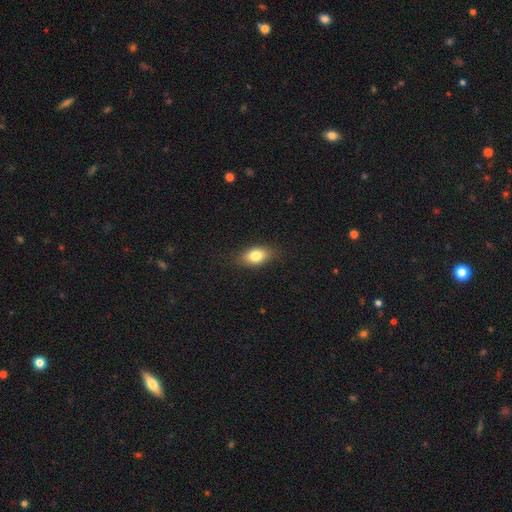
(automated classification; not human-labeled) A smooth galaxy with no disk features (80%) that is in between round and cigar-shaped (82%).

Vote fractions:
- Smooth or featured? smooth: 80% / featured or disk: 11% / star or artifact: 9%
- How rounded? in between: 82% / round: 13% / cigar-shaped: 4%
- Merging? none: 83% / minor disturbance: 12% / major disturbance: 3% / merger: 1%